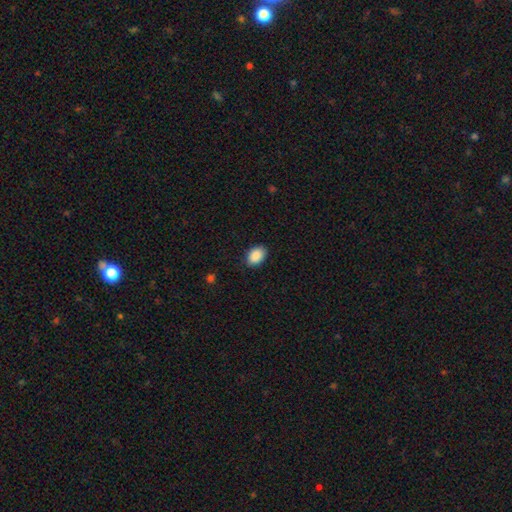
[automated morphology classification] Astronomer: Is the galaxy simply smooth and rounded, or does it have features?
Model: smooth — 90%.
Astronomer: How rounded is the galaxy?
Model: in between — 84%.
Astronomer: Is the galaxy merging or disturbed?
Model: none — 86%.